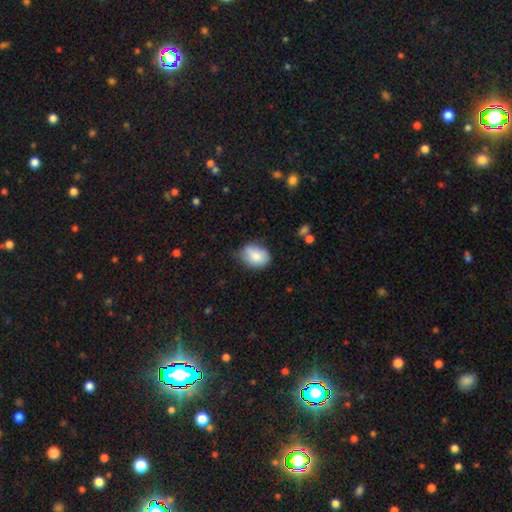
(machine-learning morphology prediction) Smooth or featured? smooth (83%)
How rounded? in between (70%)
Merging? none (61%)